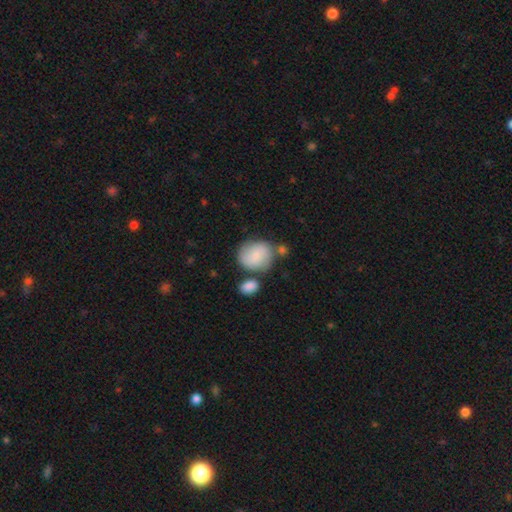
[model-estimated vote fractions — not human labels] Overall: smooth (76%). How rounded: round (68%; in between 31%). Merging: none (56%; merger 19%).